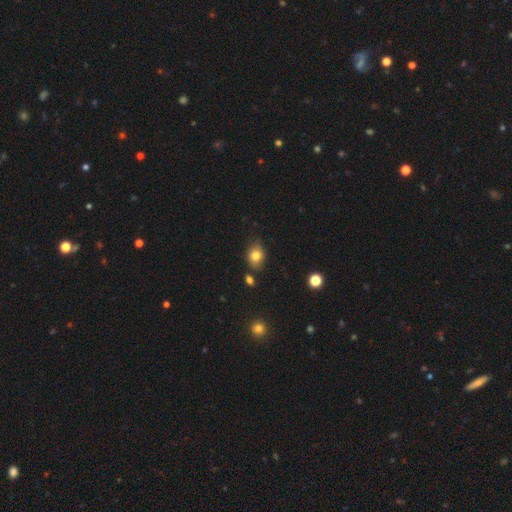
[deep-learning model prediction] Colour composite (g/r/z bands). It shows a smooth galaxy with no disk features (80%) that is in between round and cigar-shaped (61%). Merging: none (76%).